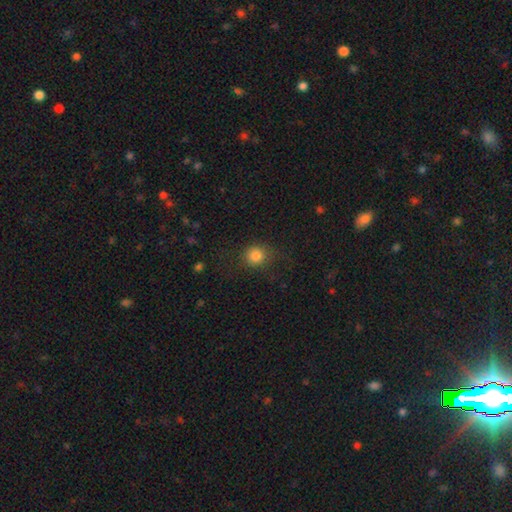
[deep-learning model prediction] smooth-or-featured: smooth: 83% | star or artifact: 12% | featured or disk: 5%
  how-rounded: round: 84% | in between: 15% | cigar-shaped: 1%
  merging: none: 74% | minor disturbance: 15% | major disturbance: 9% | merger: 2%